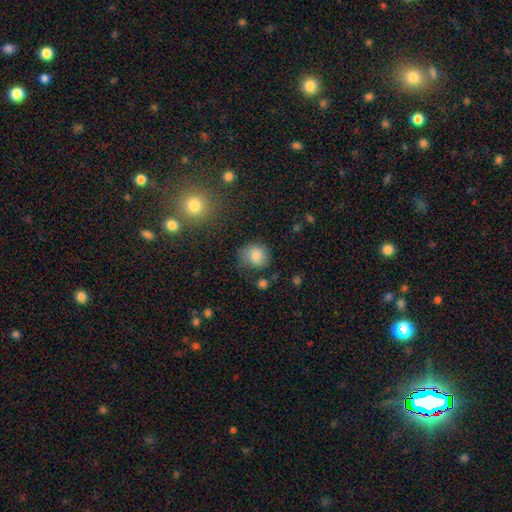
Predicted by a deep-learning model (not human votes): Overall: smooth (79%). How rounded: round (77%). Merging: none (69%).